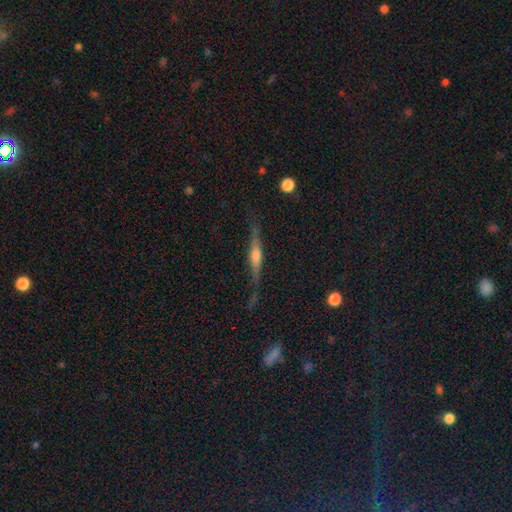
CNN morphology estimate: Smooth or featured? Predicted: featured or disk (p=0.76). Edge-on disk? Predicted: yes (p=0.96). Edge-on bulge? Predicted: rounded (p=0.76). Merging? Predicted: none (p=0.79).